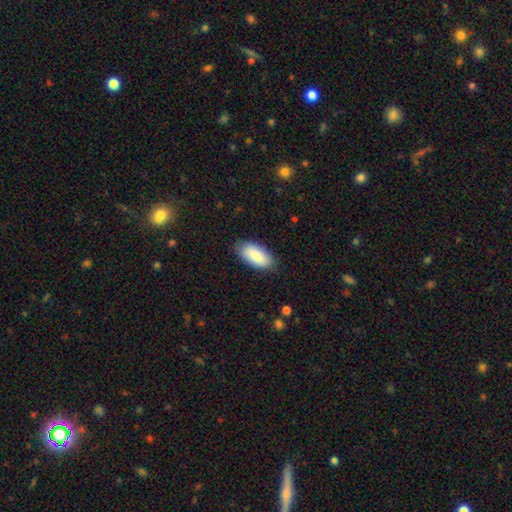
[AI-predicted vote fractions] Smooth or featured?
  - smooth: 83% *
  - featured or disk: 11%
  - star or artifact: 6%
How rounded?
  - in between: 93% *
  - cigar-shaped: 5%
  - round: 2%
Merging?
  - none: 83% *
  - minor disturbance: 13%
  - major disturbance: 3%
  - merger: 1%